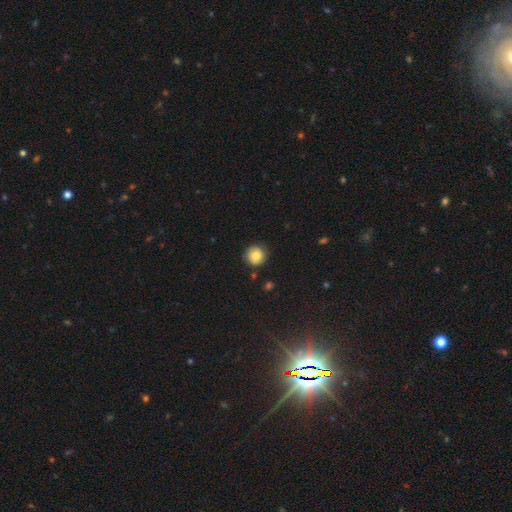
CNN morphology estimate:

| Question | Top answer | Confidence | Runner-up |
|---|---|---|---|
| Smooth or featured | smooth | 74% | featured or disk (16%) |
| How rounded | round | 93% | in between (6%) |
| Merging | none | 84% | minor disturbance (11%) |